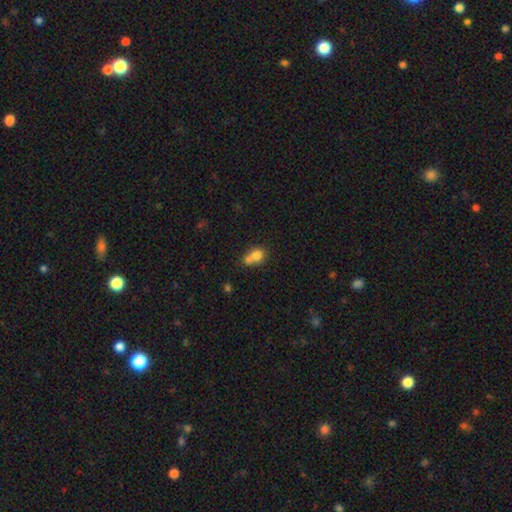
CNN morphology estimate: Overall: smooth (74%). How rounded: round (57%; in between 42%). Merging: merger (58%; none 28%).